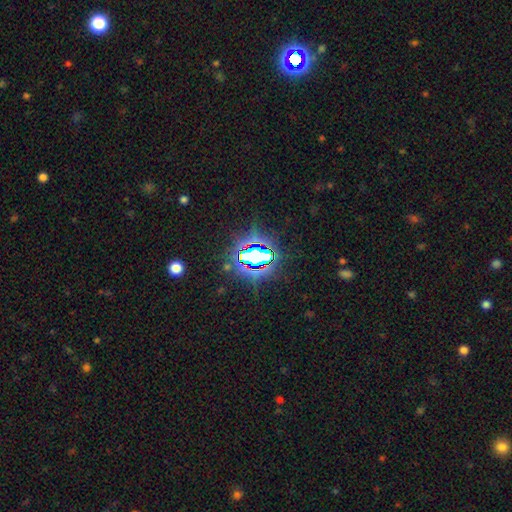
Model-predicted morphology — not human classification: This is likely a star or artifact rather than a galaxy (75%).